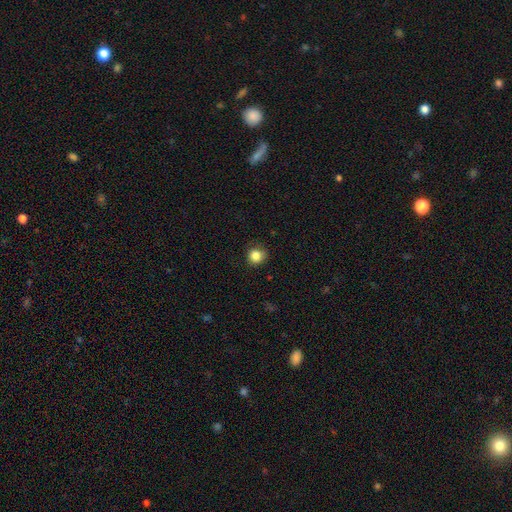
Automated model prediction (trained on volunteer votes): smooth_or_featured: smooth (p=0.85) [alt: star or artifact p=0.11]
how_rounded: round (p=0.88) [alt: in between p=0.11]
merging: none (p=0.83) [alt: minor disturbance p=0.13]